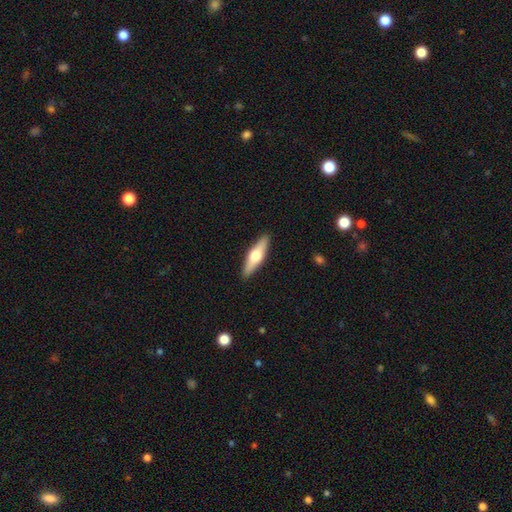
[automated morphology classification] Smooth or featured?
  - featured or disk: 48% *
  - smooth: 46%
  - star or artifact: 5%
Merging?
  - none: 90% *
  - minor disturbance: 7%
  - major disturbance: 2%
  - merger: 1%